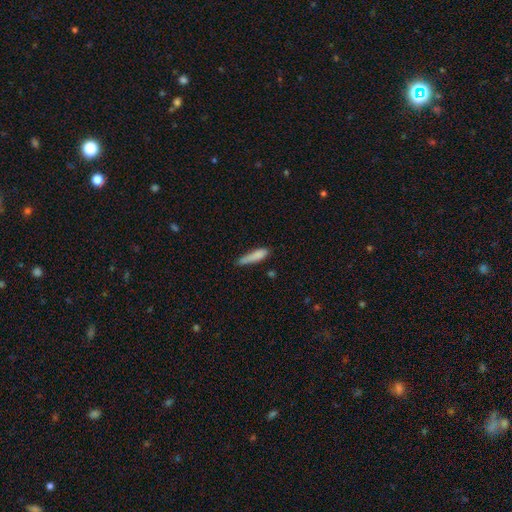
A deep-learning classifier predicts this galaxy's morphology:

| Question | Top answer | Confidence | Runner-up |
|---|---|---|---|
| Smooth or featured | smooth | 83% | featured or disk (10%) |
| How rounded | cigar-shaped | 79% | in between (19%) |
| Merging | none | 59% | minor disturbance (29%) |